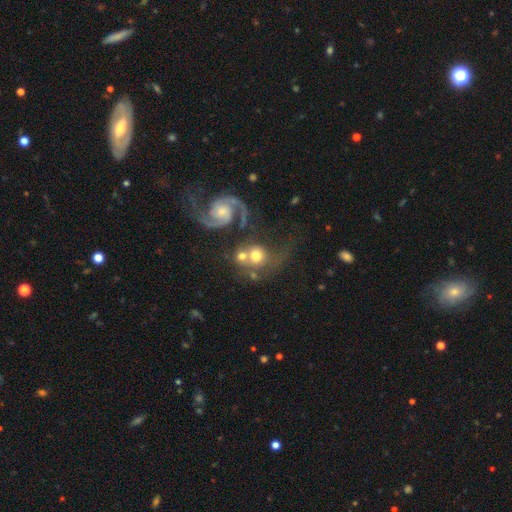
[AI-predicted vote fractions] Smooth or featured? smooth (46%)
Merging? merger (43%)